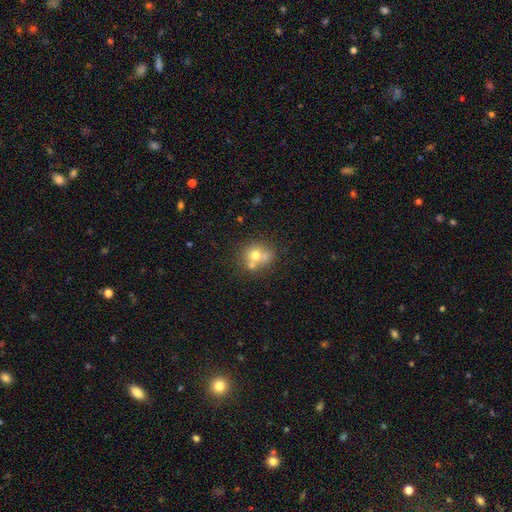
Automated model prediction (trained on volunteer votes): smooth 65%, featured or disk 23%, star or artifact 12%. Down the decision tree: how rounded — round (78%); merging — none (43%).